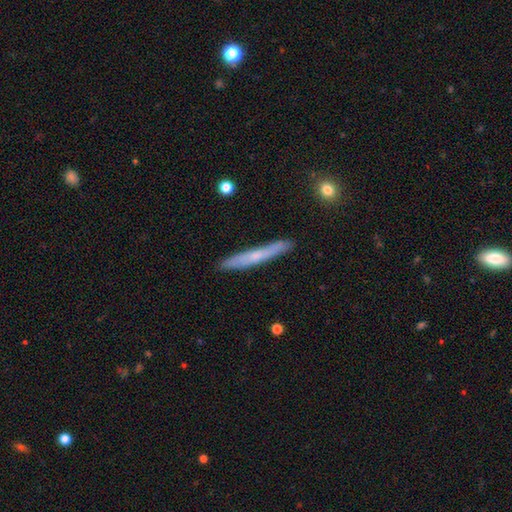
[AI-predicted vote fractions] Overall: smooth (50%; featured or disk 44%). Merging: none (88%).